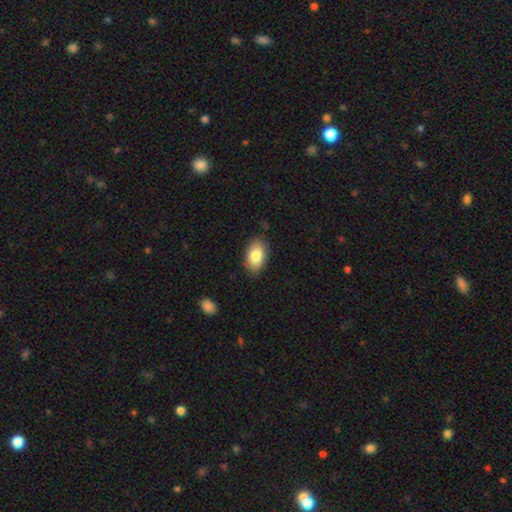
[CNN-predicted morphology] This appears to be a smooth galaxy with no disk features (83%) that is in between round and cigar-shaped (92%). Merging: none (84%).